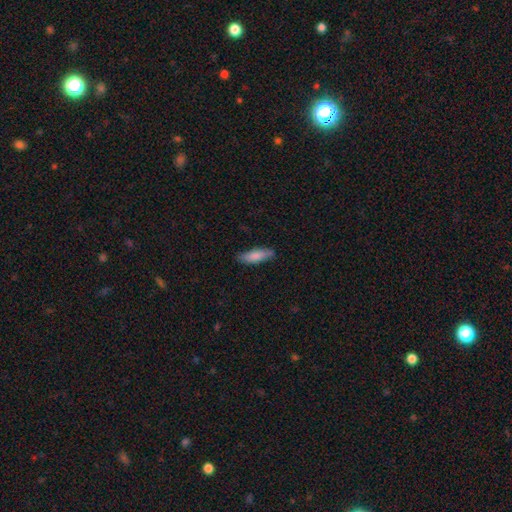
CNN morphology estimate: This appears to be a smooth galaxy with no disk features (83%) that is in between round and cigar-shaped (50%). Merging: none (80%).